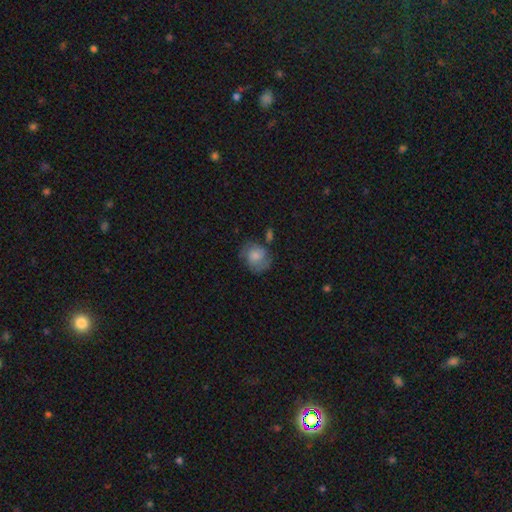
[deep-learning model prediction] Smooth or featured? Predicted: smooth (p=0.68). How rounded? Predicted: round (p=0.65). Merging? Predicted: none (p=0.54).